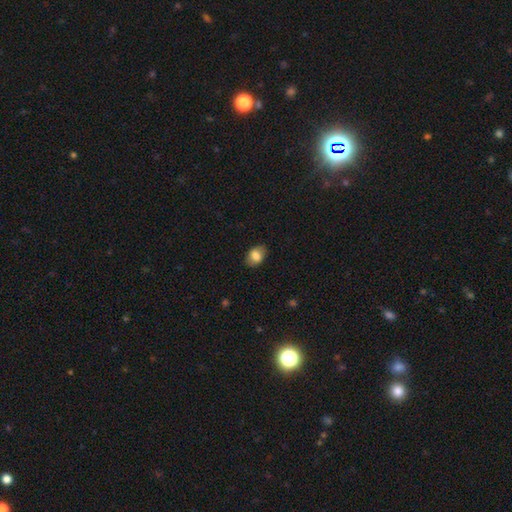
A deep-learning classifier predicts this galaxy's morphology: smooth-or-featured: smooth: 81% | featured or disk: 11% | star or artifact: 8%
  how-rounded: in between: 76% | round: 23% | cigar-shaped: 1%
  merging: none: 84% | minor disturbance: 12% | major disturbance: 3% | merger: 1%